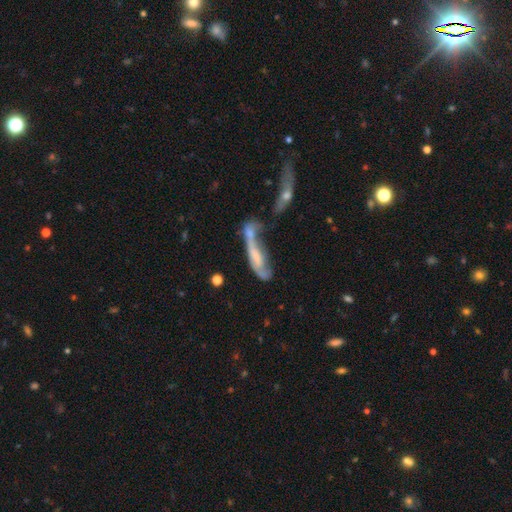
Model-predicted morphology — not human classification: featured or disk 47%, smooth 43%, star or artifact 10%. Down the decision tree: merging — merger (61%).